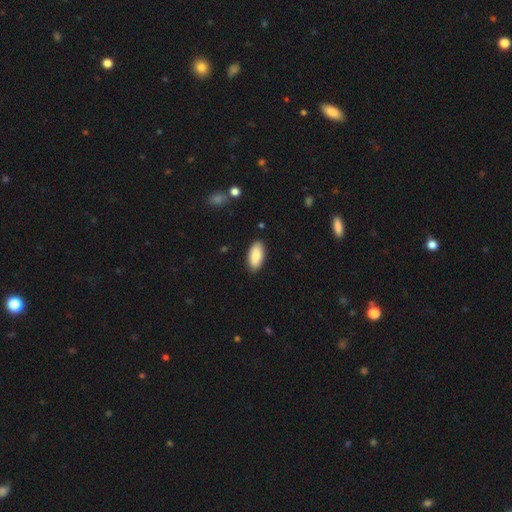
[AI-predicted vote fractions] Smooth or featured? Predicted: smooth (p=0.83). How rounded? Predicted: in between (p=0.92). Merging? Predicted: none (p=0.87).